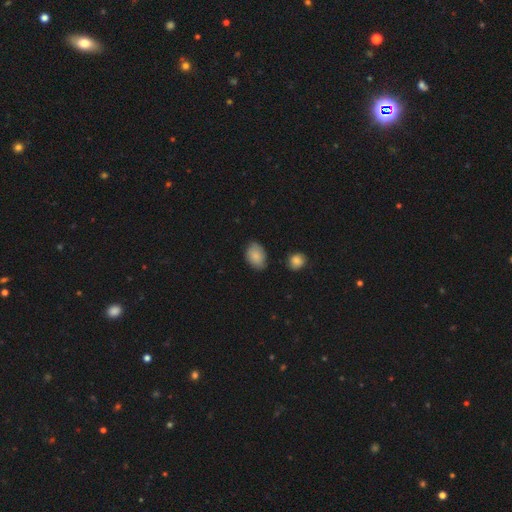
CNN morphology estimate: This appears to be a smooth galaxy with no disk features (85%) that is in between round and cigar-shaped (84%). Merging: none (74%).